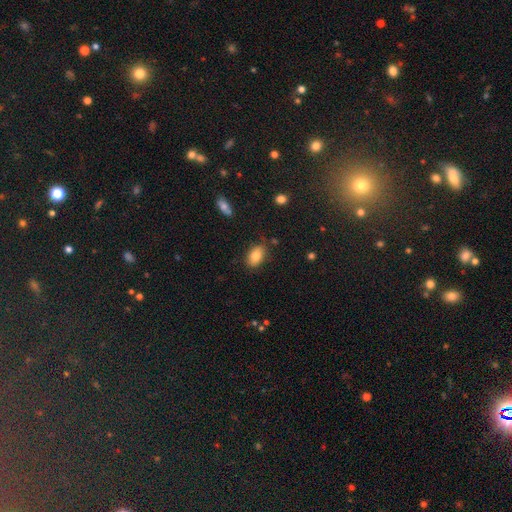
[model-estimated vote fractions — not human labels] The model was most divided on "merging": none: 82%, minor disturbance: 13%, major disturbance: 3%, merger: 2%. More confident: how rounded — in between (89%); smooth or featured — smooth (83%).